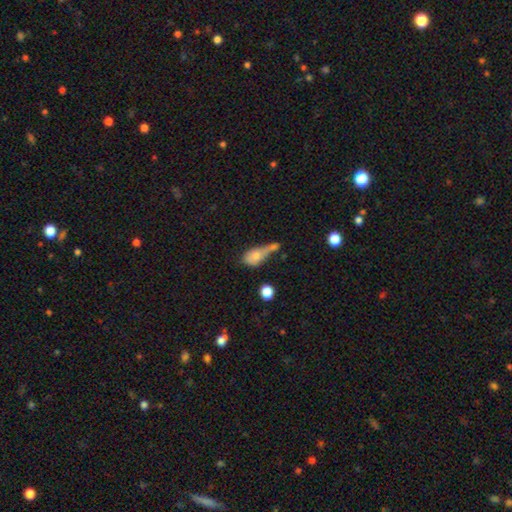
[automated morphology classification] Smooth or featured: smooth — 65% (featured or disk — 25%)
How rounded: in between — 73% (round — 20%)
Merging: merger — 36% (none — 22%)